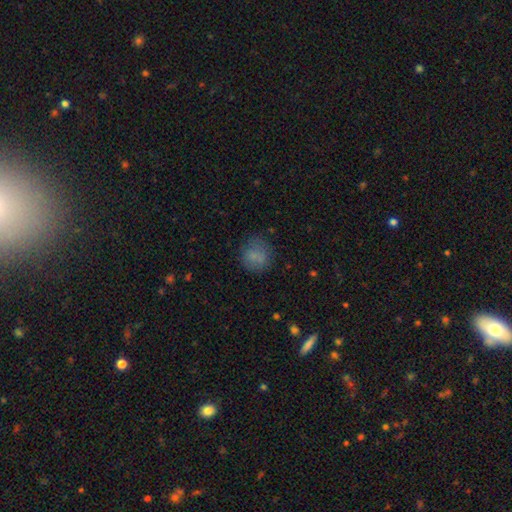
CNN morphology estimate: This is likely a smooth galaxy (79%). How rounded: clearly round (82%). Merging: likely none (72%).